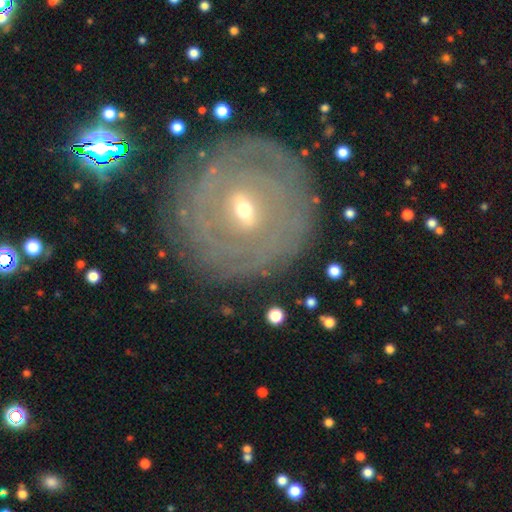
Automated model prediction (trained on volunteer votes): Morphology: type=featured or disk (72%); edge-on=no (94%); bar=weak (47%); spiral arms=yes (73%); bulge=small (62%); merging=none (85%).